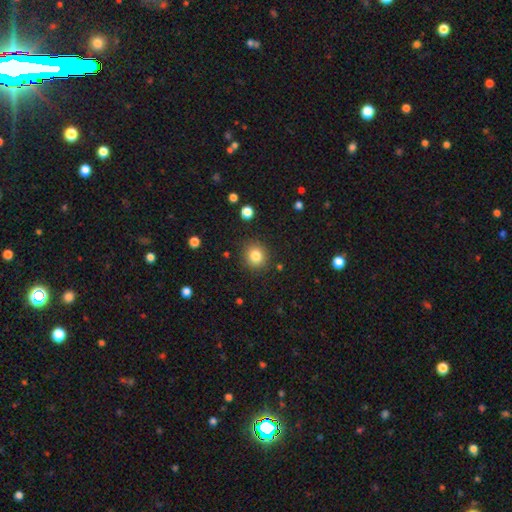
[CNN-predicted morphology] This appears to be a smooth galaxy with no disk features (83%) that is round (88%). Merging: none (88%).